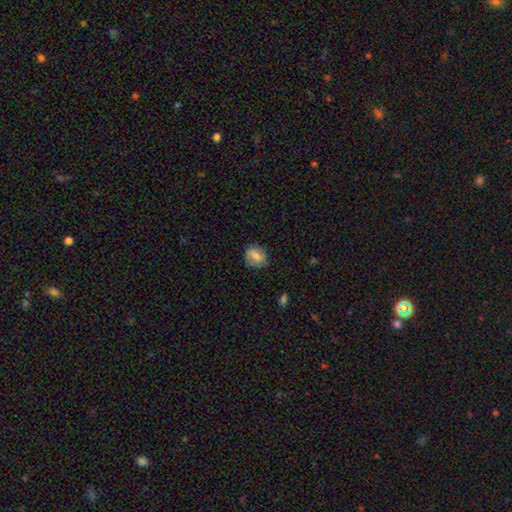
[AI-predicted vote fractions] smooth-or-featured: smooth: 64% | featured or disk: 27% | star or artifact: 9%
  how-rounded: in between: 52% | round: 46% | cigar-shaped: 2%
  merging: none: 71% | minor disturbance: 21% | major disturbance: 6% | merger: 1%